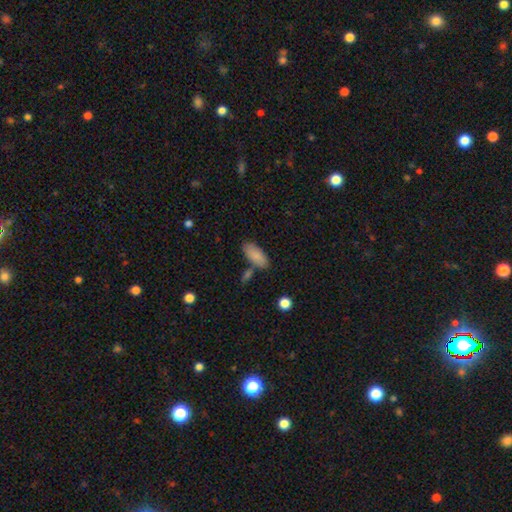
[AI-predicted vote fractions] A smooth galaxy with no disk features (85%) that is in between round and cigar-shaped (87%). Merging: none (70%).